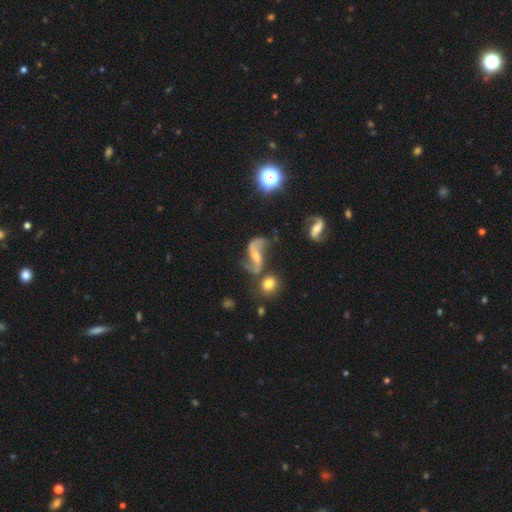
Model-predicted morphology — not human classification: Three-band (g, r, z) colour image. It shows a featured or disk galaxy (82%) with a weak bar (40%), 2 (92%) loose (73%) spiral arms (95%) and a small central bulge (47%). Merging: none (59%).